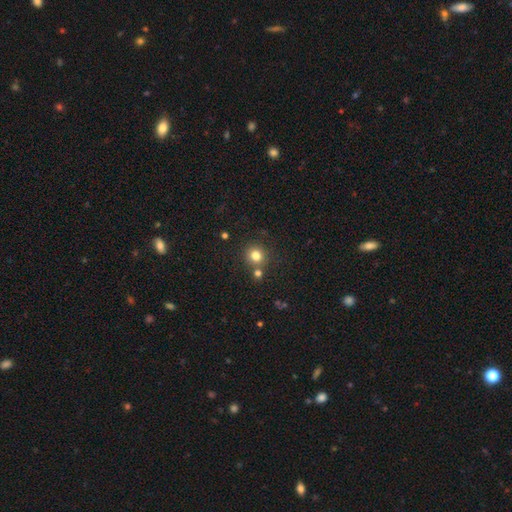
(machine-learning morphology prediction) This appears to be a smooth galaxy with no disk features (79%) that is round (91%). Merging: none (72%).